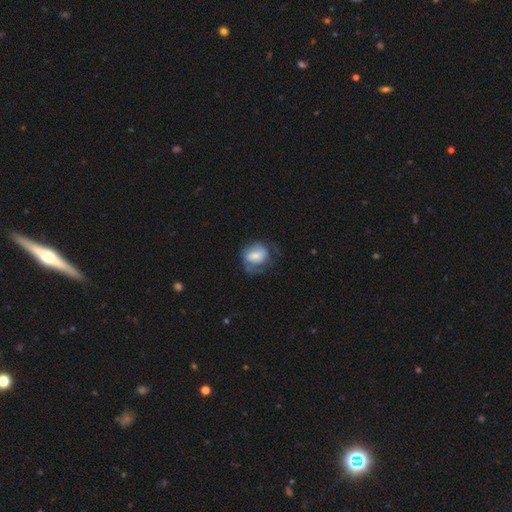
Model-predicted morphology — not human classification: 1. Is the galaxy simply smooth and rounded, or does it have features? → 62% smooth, 30% featured or disk, 8% star or artifact.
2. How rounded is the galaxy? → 53% in between, 45% round, 1% cigar-shaped.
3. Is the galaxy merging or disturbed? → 42% none, 28% minor disturbance, 27% major disturbance, 2% merger.